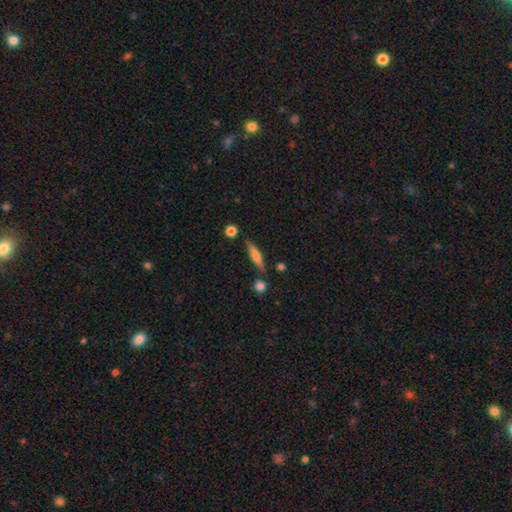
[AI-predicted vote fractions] Smooth or featured?
  - smooth: 50% *
  - featured or disk: 43%
  - star or artifact: 7%
How rounded?
  - cigar-shaped: 81% *
  - in between: 16%
  - round: 3%
Merging?
  - none: 81% *
  - minor disturbance: 11%
  - merger: 6%
  - major disturbance: 3%